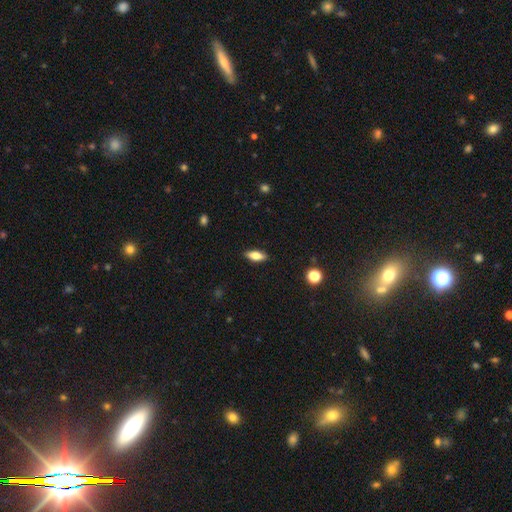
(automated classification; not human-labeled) A smooth galaxy with no disk features (75%) that is in between round and cigar-shaped (76%). Merging: none (88%).